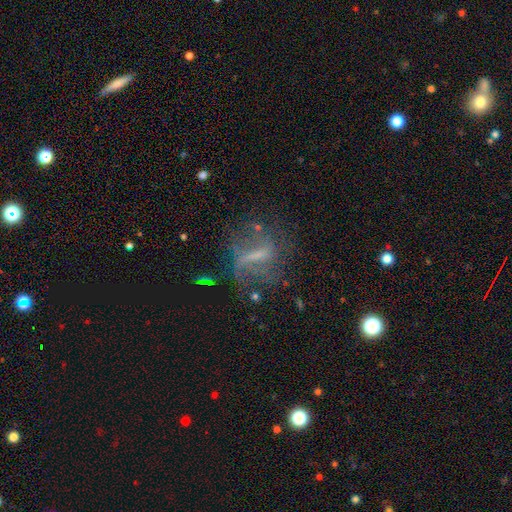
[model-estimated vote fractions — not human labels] This is likely a featured or disk galaxy (64%). It is clearly not viewed edge-on (87%). Bar: marginally strong (45%). Spiral arm pattern: possibly yes (60%). Central bulge: marginally none (42%). Merging: possibly none (51%).